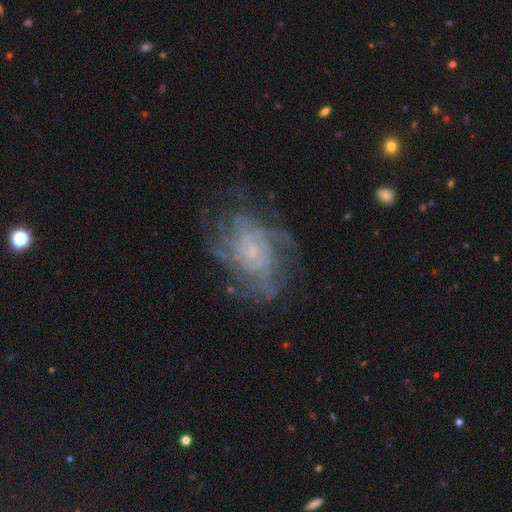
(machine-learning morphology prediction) Q: Smooth or featured?
A: featured or disk (77%); runner-up: star or artifact (12%)
Q: Edge-on disk?
A: no (97%); runner-up: yes (3%)
Q: Bar?
A: no (73%); runner-up: weak (22%)
Q: Spiral arms?
A: yes (90%); runner-up: no (10%)
Q: Spiral winding?
A: tight (49%); runner-up: medium (36%)
Q: Spiral arm count?
A: can't tell (42%); runner-up: 4 (17%)
Q: Bulge size?
A: small (73%); runner-up: moderate (15%)
Q: Merging?
A: none (68%); runner-up: minor disturbance (17%)